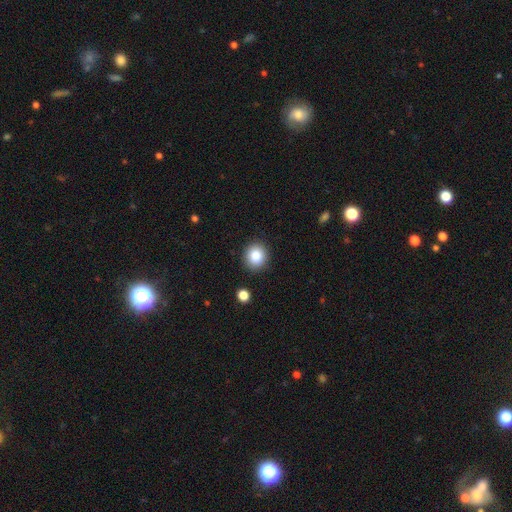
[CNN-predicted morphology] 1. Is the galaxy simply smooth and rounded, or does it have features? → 83% smooth, 10% star or artifact, 7% featured or disk.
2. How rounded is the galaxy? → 86% round, 13% in between, 1% cigar-shaped.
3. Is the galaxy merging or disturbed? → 90% none, 6% minor disturbance, 2% major disturbance, 2% merger.